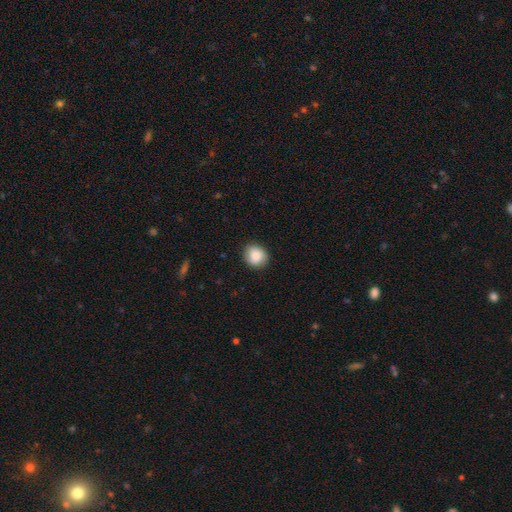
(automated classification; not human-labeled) Overall: smooth (85%). How rounded: round (76%). Merging: none (85%).